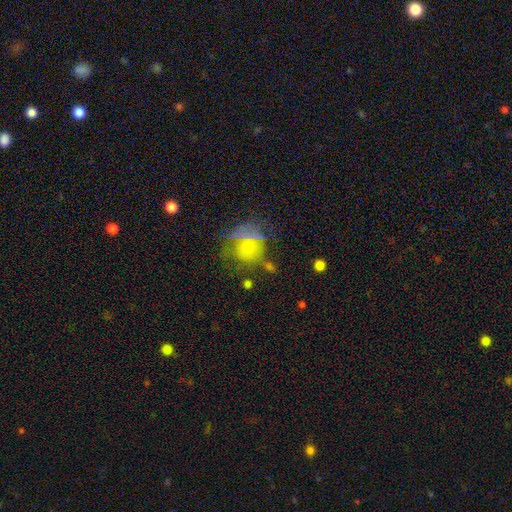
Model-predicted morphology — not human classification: Smooth or featured? smooth (49%)
Merging? none (60%)